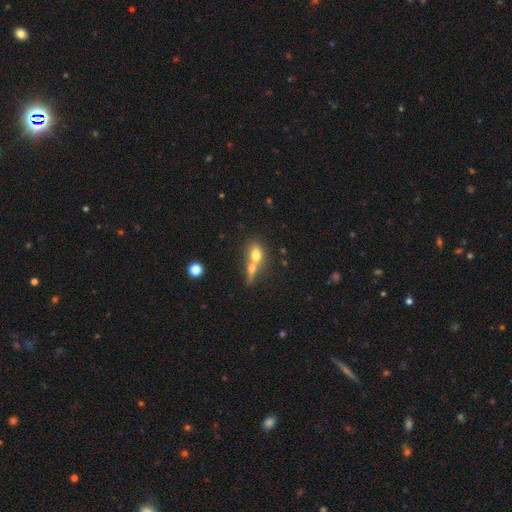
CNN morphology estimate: Overall: smooth (69%). How rounded: in between (63%; round 25%). Merging: merger (62%; none 26%).